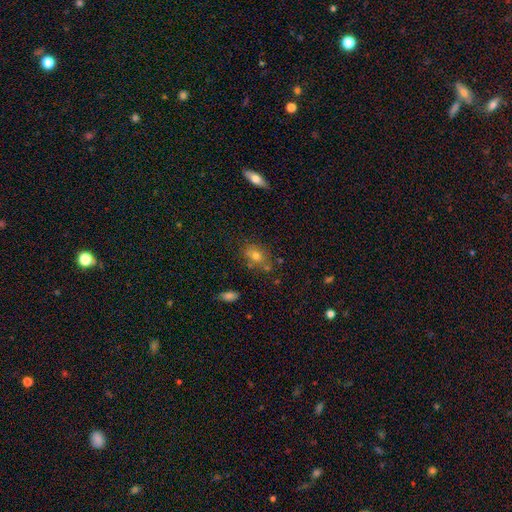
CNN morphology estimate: This appears to be a smooth galaxy with no disk features (70%) that is in between round and cigar-shaped (60%). Merging: none (72%).